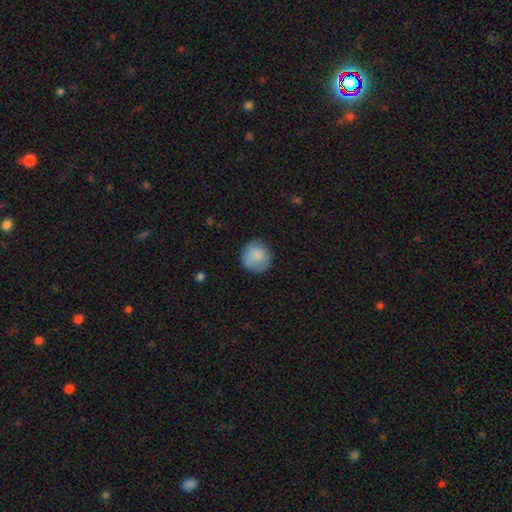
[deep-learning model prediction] Q: Smooth or featured?
A: smooth (84%); runner-up: featured or disk (9%)
Q: How rounded?
A: round (91%); runner-up: in between (8%)
Q: Merging?
A: none (78%); runner-up: minor disturbance (16%)